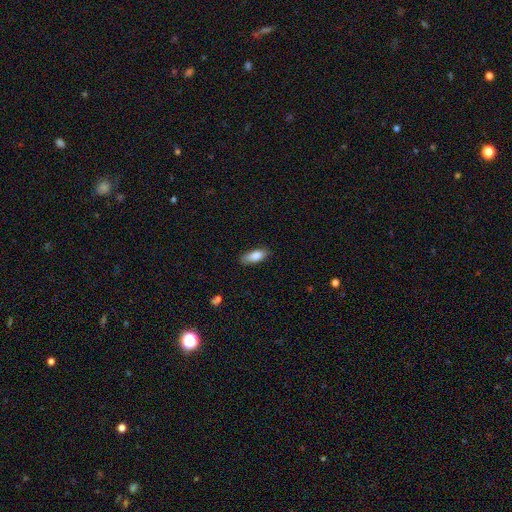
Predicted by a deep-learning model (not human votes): Smooth or featured: smooth — 83% (featured or disk — 11%)
How rounded: in between — 82% (cigar-shaped — 16%)
Merging: none — 81% (minor disturbance — 15%)